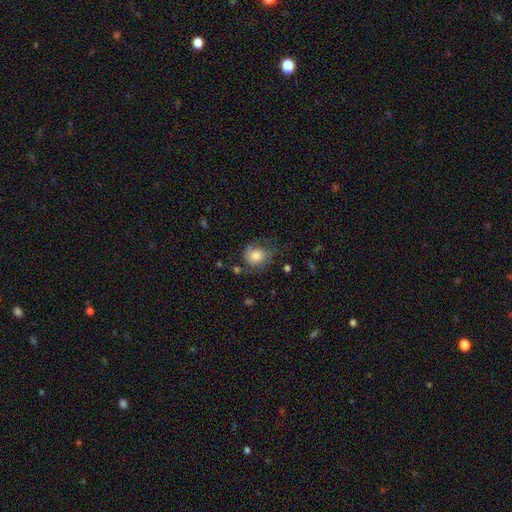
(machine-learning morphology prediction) This is likely a smooth galaxy (65%). How rounded: likely round (71%). Merging: possibly none (46%).